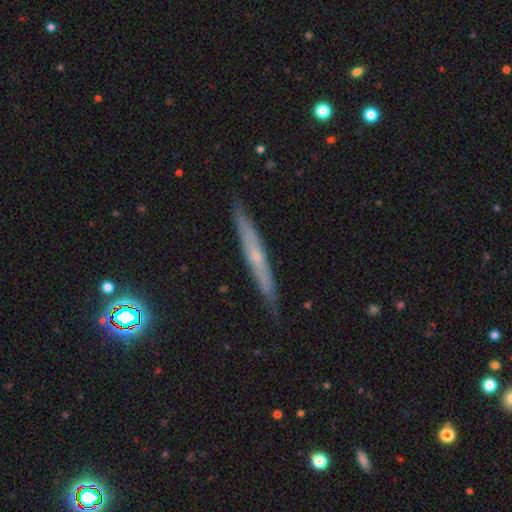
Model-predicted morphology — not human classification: Overall: featured or disk (60%; smooth 33%). Edge-on disk: yes (93%). Edge-on bulge: none (54%; rounded 43%). Merging: none (88%).